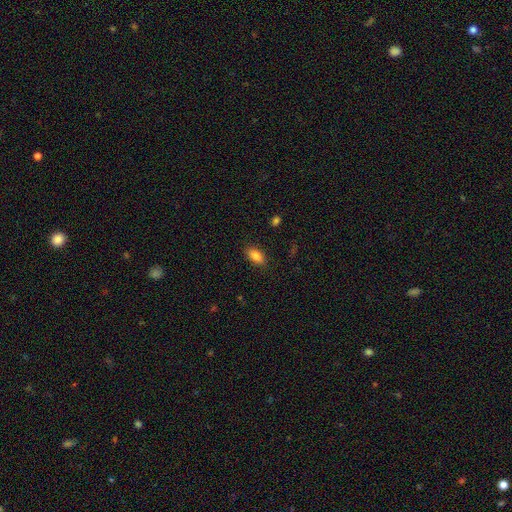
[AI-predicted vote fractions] Smooth or featured?
  - smooth: 85% *
  - star or artifact: 8%
  - featured or disk: 7%
How rounded?
  - in between: 89% *
  - cigar-shaped: 7%
  - round: 4%
Merging?
  - none: 87% *
  - minor disturbance: 10%
  - major disturbance: 2%
  - merger: 1%